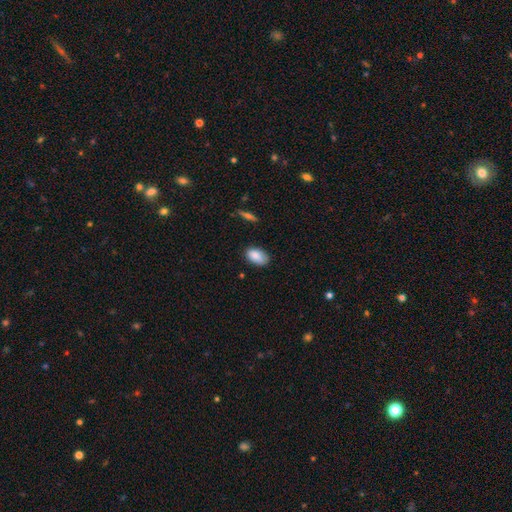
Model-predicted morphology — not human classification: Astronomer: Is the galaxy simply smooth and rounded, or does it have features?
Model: smooth — 87%.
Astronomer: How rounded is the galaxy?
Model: in between — 93%.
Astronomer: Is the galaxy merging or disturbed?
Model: none — 76%.